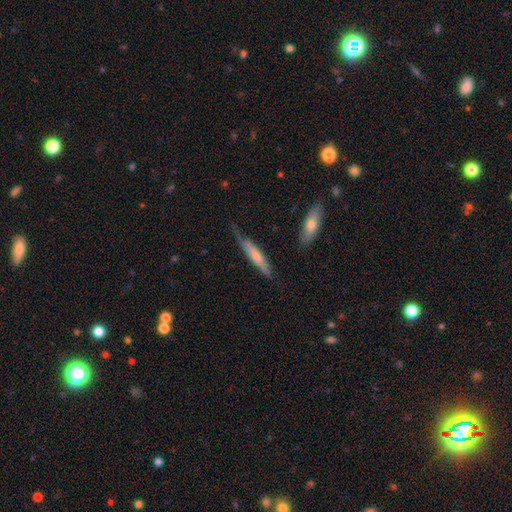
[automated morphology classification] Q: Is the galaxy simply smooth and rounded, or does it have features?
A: smooth — 59%.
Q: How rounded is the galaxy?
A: cigar-shaped — 84%.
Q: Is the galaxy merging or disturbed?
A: none — 52%.